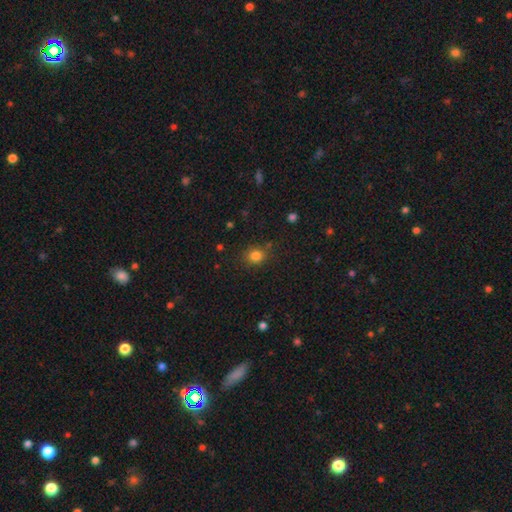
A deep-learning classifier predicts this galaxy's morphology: A smooth galaxy with no disk features (82%) that is round (78%).

Vote fractions:
- Smooth or featured? smooth: 82% / star or artifact: 13% / featured or disk: 5%
- How rounded? round: 78% / in between: 21% / cigar-shaped: 1%
- Merging? none: 80% / minor disturbance: 12% / major disturbance: 4% / merger: 4%